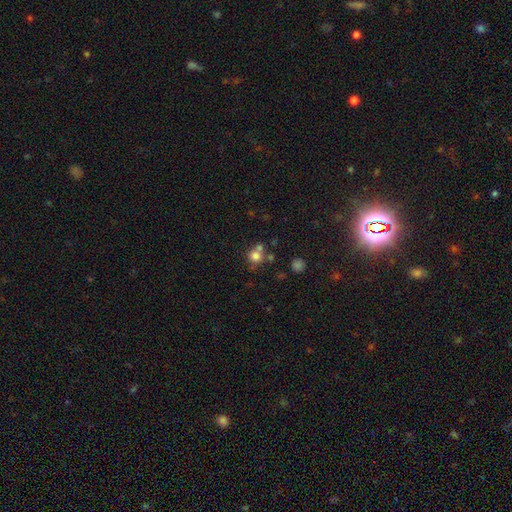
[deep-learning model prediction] This appears to be a smooth galaxy with no disk features (76%) that is round (87%). Merging: none (53%).